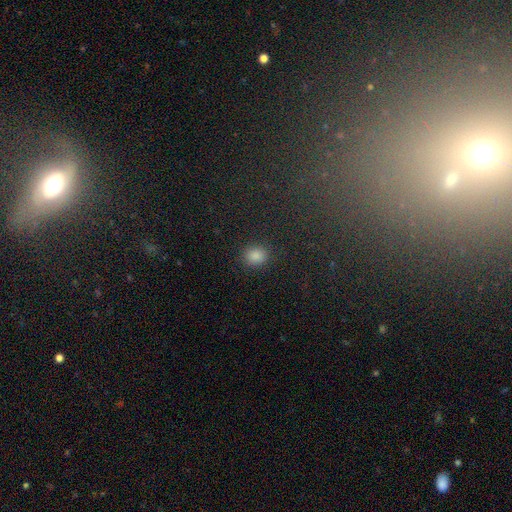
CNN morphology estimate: This appears to be a smooth galaxy with no disk features (85%) that is round (68%). Merging: none (88%).